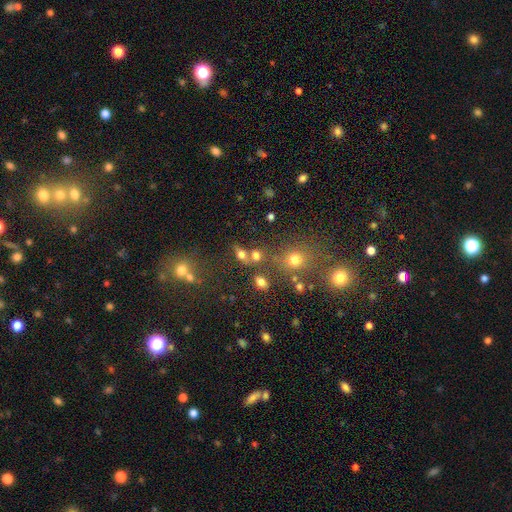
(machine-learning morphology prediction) type=smooth (65%); roundness=in between (50%); merging=none (50%).